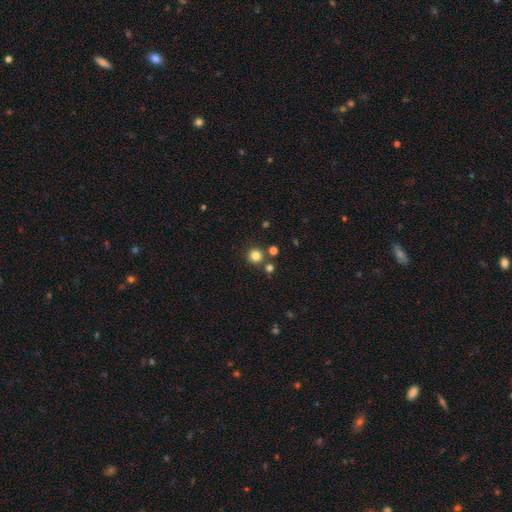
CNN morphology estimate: A smooth galaxy with no disk features (81%) that is round (94%). Merging: none (82%).